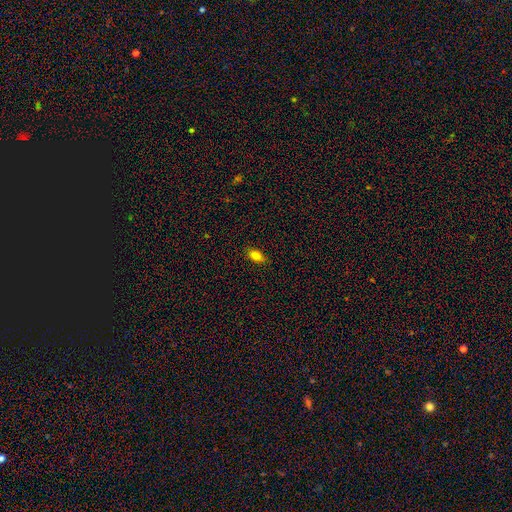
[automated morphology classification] type=smooth (83%); roundness=in between (85%); merging=none (85%).